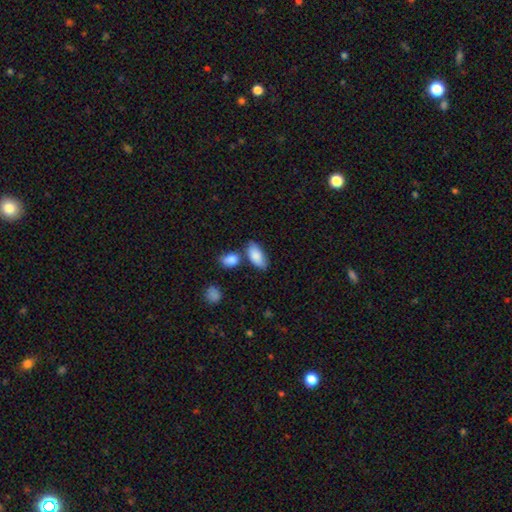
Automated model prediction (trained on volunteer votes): A smooth galaxy with no disk features (86%) that is in between round and cigar-shaped (92%).

Vote fractions:
- Smooth or featured? smooth: 86% / featured or disk: 8% / star or artifact: 6%
- How rounded? in between: 92% / cigar-shaped: 5% / round: 3%
- Merging? none: 61% / merger: 17% / minor disturbance: 17% / major disturbance: 5%